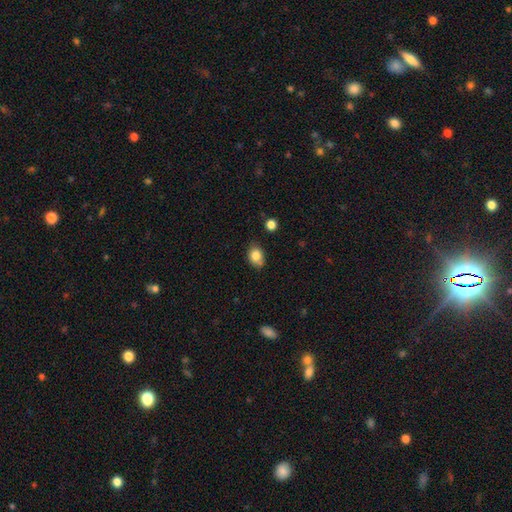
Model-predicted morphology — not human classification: This appears to be a smooth galaxy with no disk features (82%) that is in between round and cigar-shaped (63%). Merging: none (68%).